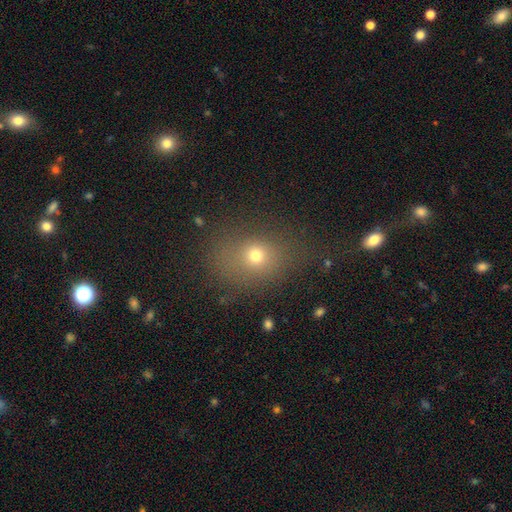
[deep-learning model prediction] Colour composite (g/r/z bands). It shows a smooth galaxy with no disk features (68%) that is round (51%). Merging: none (75%).